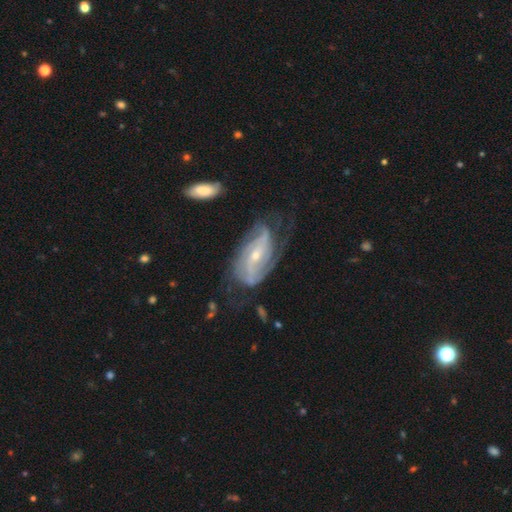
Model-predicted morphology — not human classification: Q: Smooth or featured?
A: featured or disk (86%); runner-up: smooth (8%)
Q: Edge-on disk?
A: no (94%); runner-up: yes (6%)
Q: Bar?
A: weak (39%); runner-up: strong (31%)
Q: Spiral arms?
A: yes (94%); runner-up: no (6%)
Q: Spiral winding?
A: tight (40%); tied with: medium (40%)
Q: Spiral arm count?
A: 2 (56%); runner-up: can't tell (20%)
Q: Bulge size?
A: small (60%); runner-up: moderate (37%)
Q: Merging?
A: none (58%); runner-up: minor disturbance (24%)